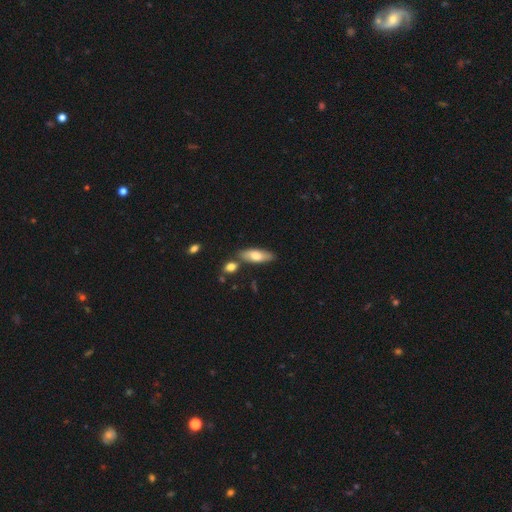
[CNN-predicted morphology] Overall: smooth (68%). How rounded: in between (66%; cigar-shaped 32%). Merging: none (72%).